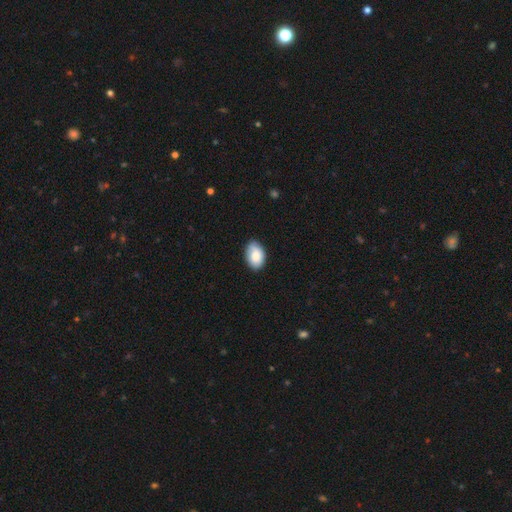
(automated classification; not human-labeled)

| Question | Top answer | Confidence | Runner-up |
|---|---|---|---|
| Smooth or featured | smooth | 85% | featured or disk (8%) |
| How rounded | in between | 89% | round (10%) |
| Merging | none | 79% | minor disturbance (17%) |